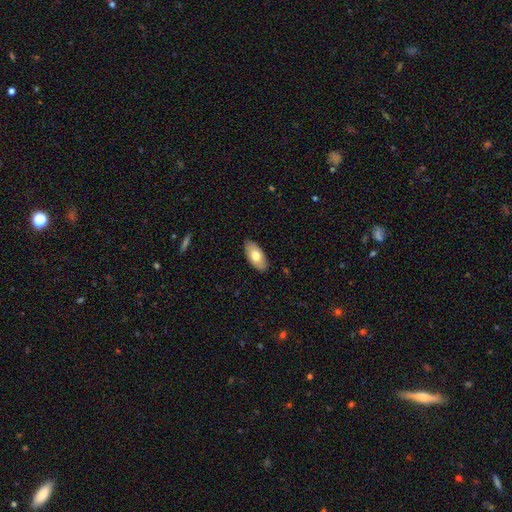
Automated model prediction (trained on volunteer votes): smooth_or_featured: smooth (p=0.71) [alt: featured or disk p=0.23]
how_rounded: in between (p=0.93) [alt: cigar-shaped p=0.05]
merging: none (p=0.88) [alt: minor disturbance p=0.09]